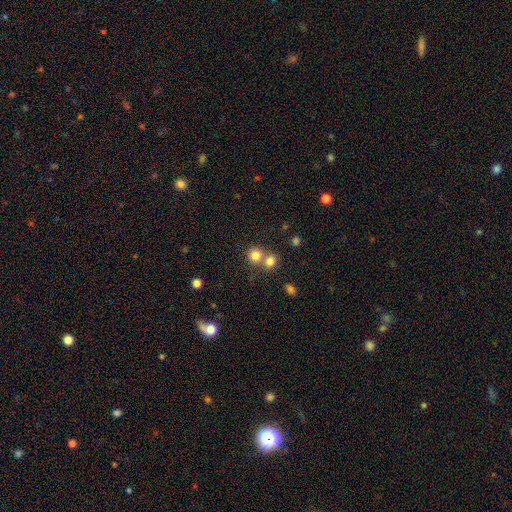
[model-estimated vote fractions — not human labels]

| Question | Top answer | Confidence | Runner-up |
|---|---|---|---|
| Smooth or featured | smooth | 81% | star or artifact (12%) |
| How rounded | round | 86% | in between (13%) |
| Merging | none | 49% | merger (43%) |